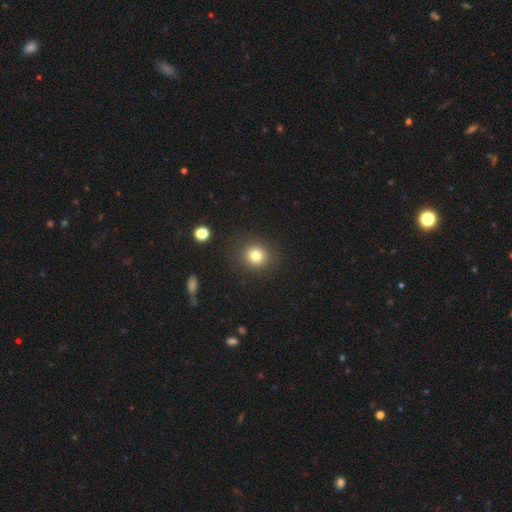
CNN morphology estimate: Smooth or featured? Predicted: smooth (p=0.80). How rounded? Predicted: round (p=0.87). Merging? Predicted: none (p=0.88).